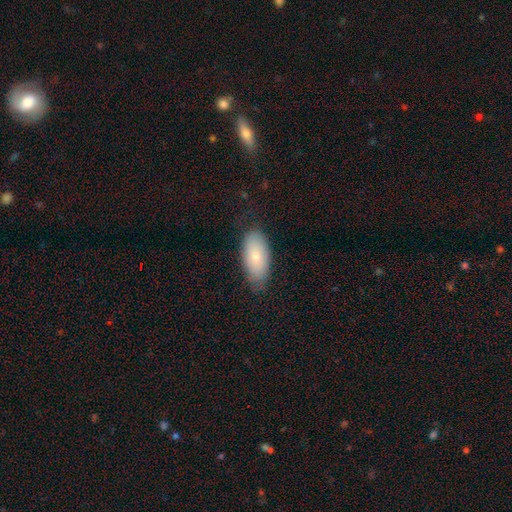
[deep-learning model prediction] Smooth or featured? Predicted: smooth (p=0.79). How rounded? Predicted: in between (p=0.91). Merging? Predicted: none (p=0.79).